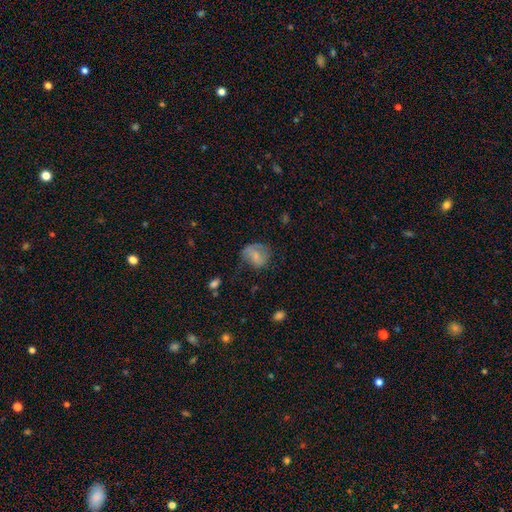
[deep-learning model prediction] Morphology: type=smooth (61%); roundness=round (56%); merging=none (44%).